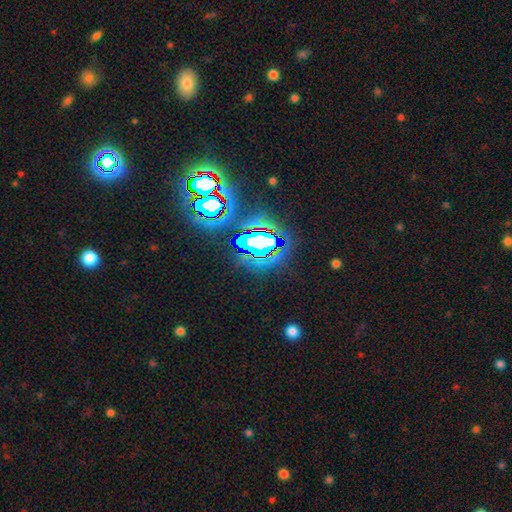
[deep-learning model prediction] Smooth or featured? Predicted: star or artifact (p=0.82).